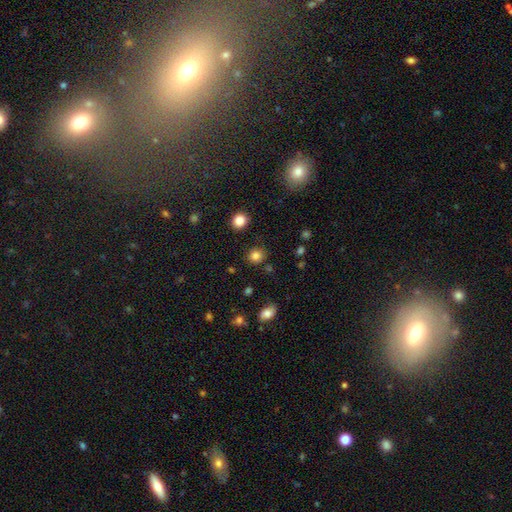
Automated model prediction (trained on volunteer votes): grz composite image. It shows a smooth galaxy with no disk features (83%) that is round (85%). Merging: none (87%).